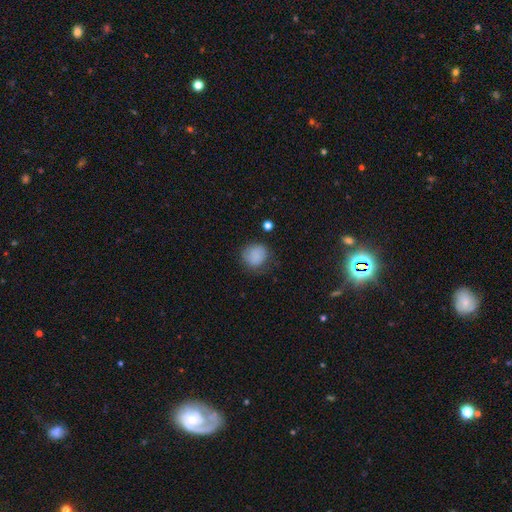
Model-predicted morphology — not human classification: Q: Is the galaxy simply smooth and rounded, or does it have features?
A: smooth — 84%.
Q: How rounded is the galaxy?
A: round — 82%.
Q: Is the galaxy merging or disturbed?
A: none — 68%.